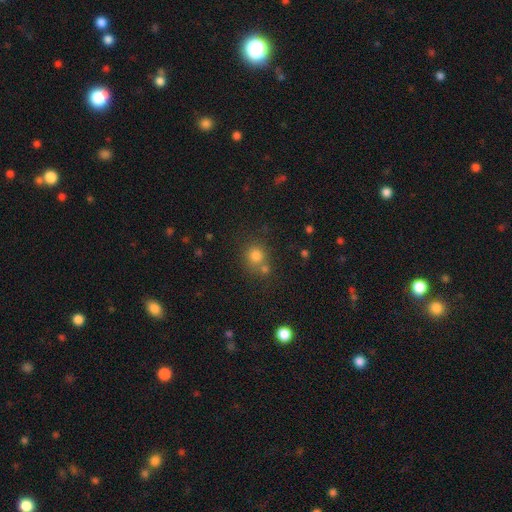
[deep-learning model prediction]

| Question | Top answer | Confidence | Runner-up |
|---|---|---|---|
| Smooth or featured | smooth | 78% | star or artifact (14%) |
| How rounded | round | 87% | in between (13%) |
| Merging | none | 61% | merger (25%) |